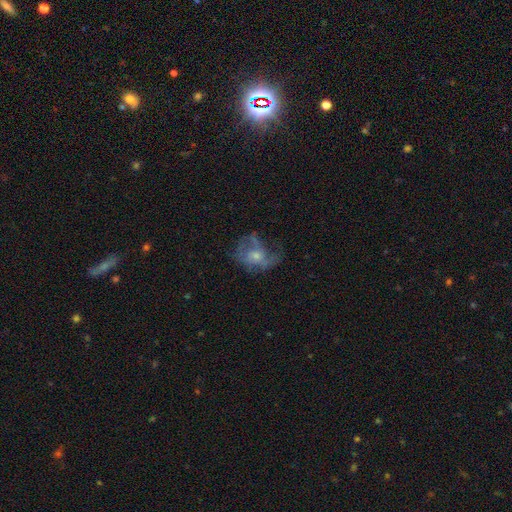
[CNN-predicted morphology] featured or disk 60%, smooth 28%, star or artifact 13%. Down the decision tree: edge-on disk — no (97%); bar — no (79%); spiral arms — yes (61%); bulge size — small (52%); merging — none (43%).